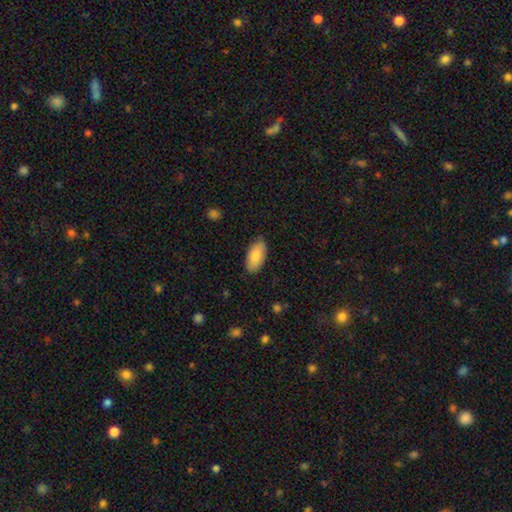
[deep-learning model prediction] Morphology: type=smooth (85%); roundness=in between (93%); merging=none (85%).